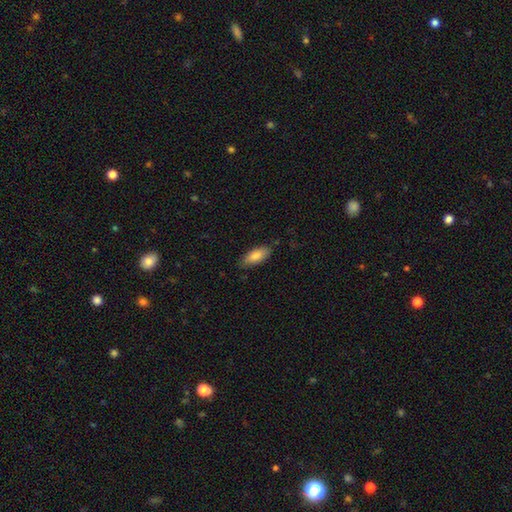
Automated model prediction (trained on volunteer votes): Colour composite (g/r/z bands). It shows a smooth galaxy with no disk features (84%) that is in between round and cigar-shaped (82%). Merging: none (79%).